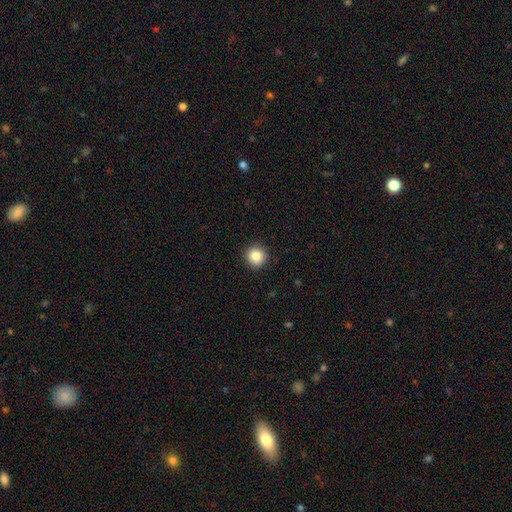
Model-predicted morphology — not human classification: Q: Smooth or featured?
A: smooth (87%); runner-up: star or artifact (9%)
Q: How rounded?
A: round (93%); runner-up: in between (6%)
Q: Merging?
A: none (92%); runner-up: minor disturbance (6%)